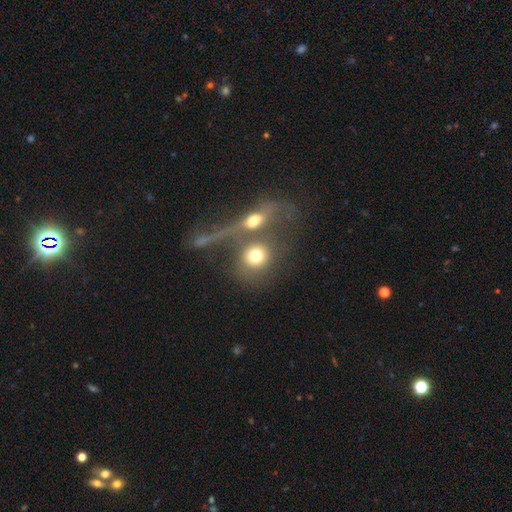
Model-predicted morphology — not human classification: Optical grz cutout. It shows a smooth galaxy with no disk features (66%) that is round (73%). Merging: merger (51%).